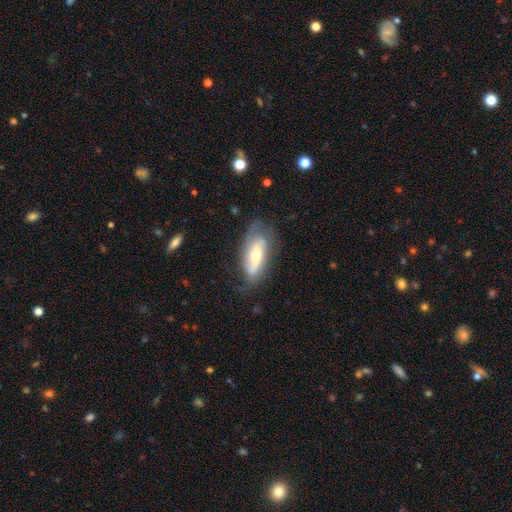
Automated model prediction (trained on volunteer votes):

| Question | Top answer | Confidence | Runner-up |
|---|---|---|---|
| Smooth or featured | featured or disk | 55% | smooth (39%) |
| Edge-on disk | no | 78% | yes (22%) |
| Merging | none | 62% | minor disturbance (25%) |